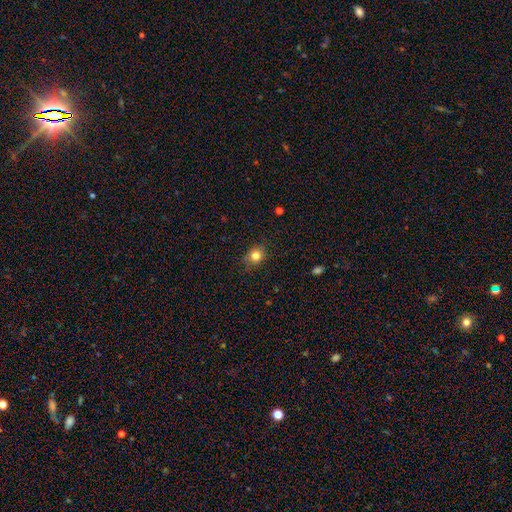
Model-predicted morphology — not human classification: This appears to be a smooth galaxy with no disk features (81%) that is round (73%). Merging: none (82%).